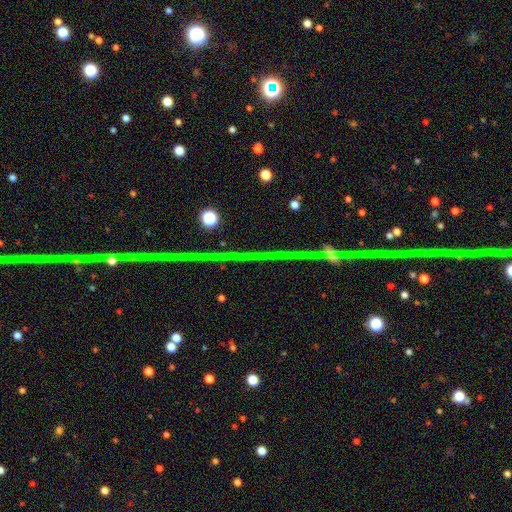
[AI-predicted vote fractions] Smooth or featured? Predicted: star or artifact (p=0.75).